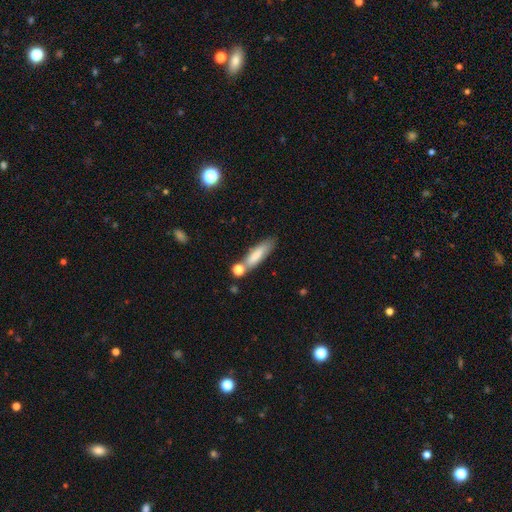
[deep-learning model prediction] Morphology: type=smooth (76%); roundness=cigar-shaped (68%); merging=none (59%).